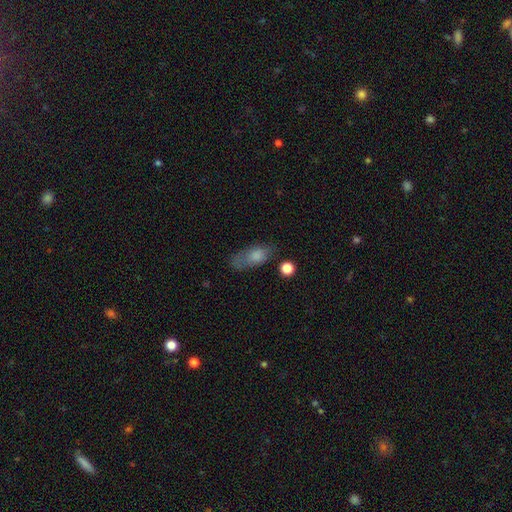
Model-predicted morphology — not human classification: Smooth or featured? Predicted: smooth (p=0.74). How rounded? Predicted: in between (p=0.82). Merging? Predicted: none (p=0.53).